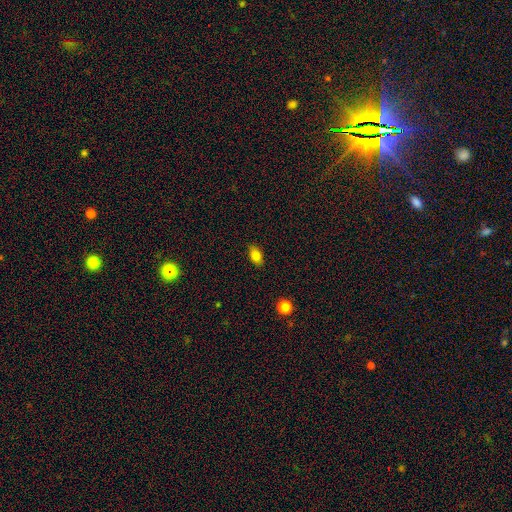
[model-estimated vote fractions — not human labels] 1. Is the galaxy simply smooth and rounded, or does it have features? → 82% smooth, 10% star or artifact, 8% featured or disk.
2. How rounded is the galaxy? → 85% in between, 12% round, 3% cigar-shaped.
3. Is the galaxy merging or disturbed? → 85% none, 12% minor disturbance, 2% major disturbance, 1% merger.